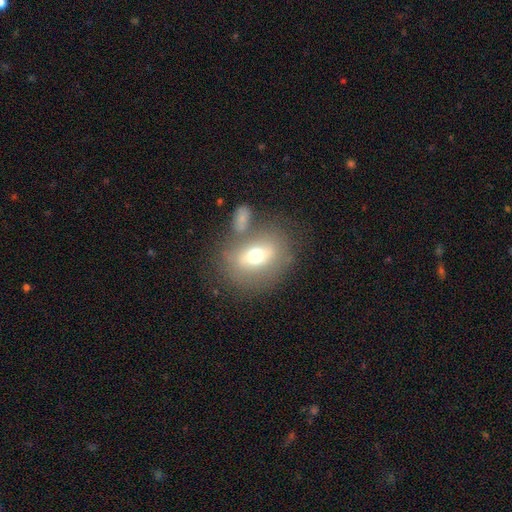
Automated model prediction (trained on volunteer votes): smooth 55%, featured or disk 35%, star or artifact 10%. Down the decision tree: how rounded — in between (51%); merging — none (60%).